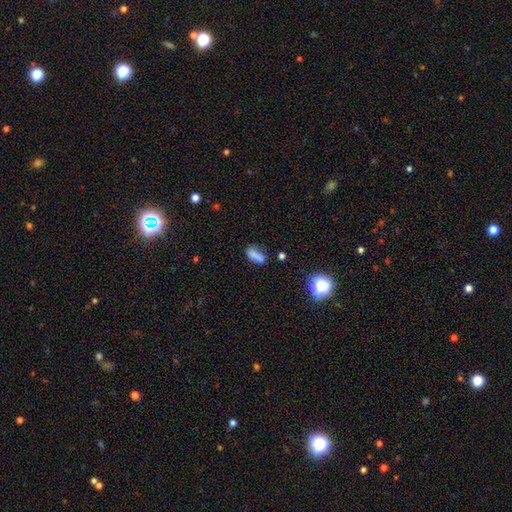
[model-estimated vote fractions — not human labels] Overall: smooth (75%). How rounded: in between (68%). Merging: none (55%; minor disturbance 22%).